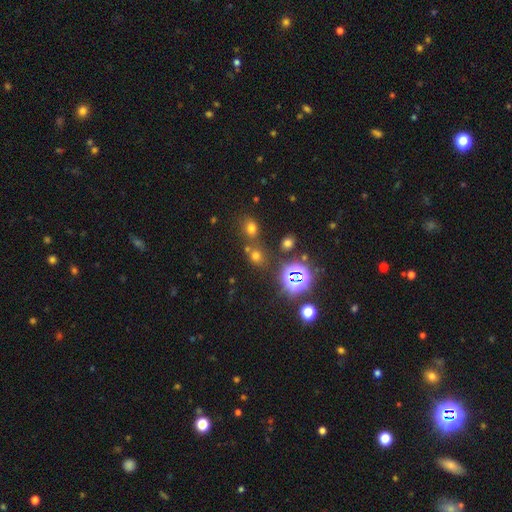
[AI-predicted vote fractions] smooth-or-featured: smooth: 54% | star or artifact: 38% | featured or disk: 8%
  how-rounded: round: 65% | in between: 33% | cigar-shaped: 2%
  merging: none: 64% | merger: 21% | minor disturbance: 10% | major disturbance: 5%